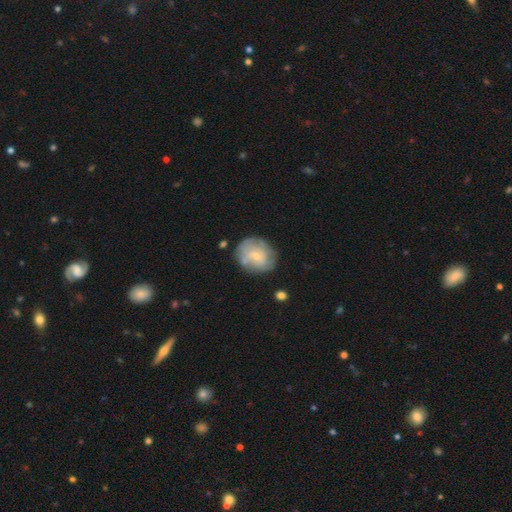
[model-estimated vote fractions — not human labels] This is possibly a featured or disk galaxy (55%). It is clearly not viewed edge-on (97%). Bar: likely no (76%). Spiral arm pattern: likely yes (63%). Central bulge: likely small (70%). Merging: likely none (66%).